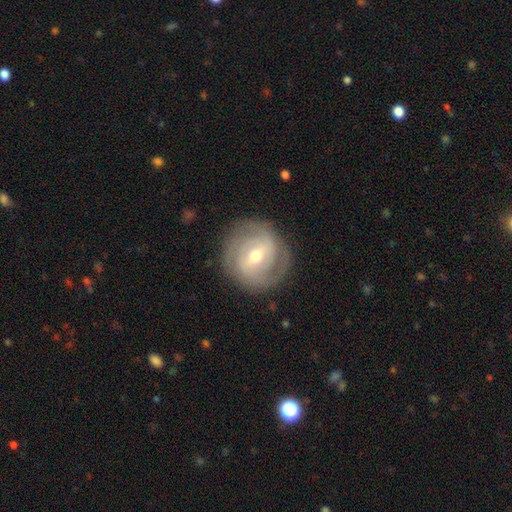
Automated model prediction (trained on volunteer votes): The model was most divided on "spiral arm count": 2: 51%, can't tell: 24%, 3: 14%, 1: 4%, 4: 4%, more than 4: 3%. More confident: edge-on disk — no (97%); spiral arms — yes (88%); merging — none (83%); smooth or featured — featured or disk (77%); bulge size — moderate (63%); spiral winding — tight (61%); bar — weak (52%).